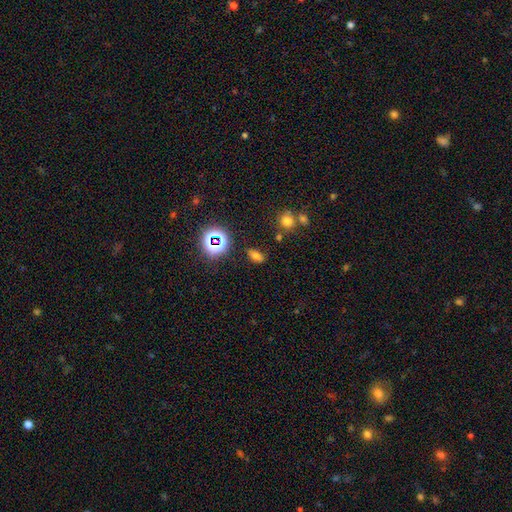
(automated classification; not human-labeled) smooth-or-featured: smooth: 61% | star or artifact: 29% | featured or disk: 10%
  how-rounded: in between: 80% | round: 13% | cigar-shaped: 7%
  merging: none: 79% | minor disturbance: 12% | merger: 5% | major disturbance: 4%